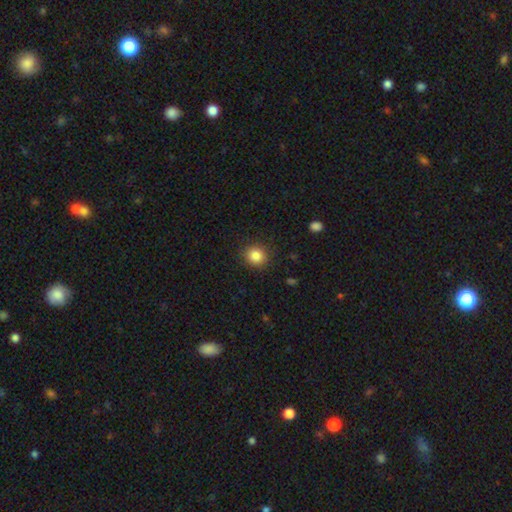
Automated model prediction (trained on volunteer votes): smooth_or_featured: smooth (p=0.85) [alt: star or artifact p=0.10]
how_rounded: round (p=0.83) [alt: in between p=0.16]
merging: none (p=0.88) [alt: minor disturbance p=0.08]